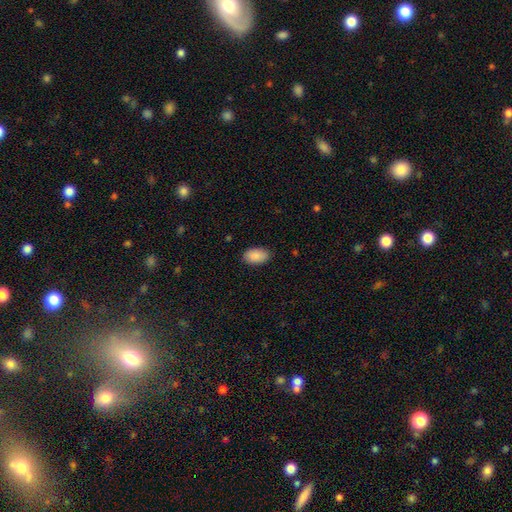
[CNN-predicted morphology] A smooth galaxy with no disk features (90%) that is in between round and cigar-shaped (94%). Merging: none (86%).